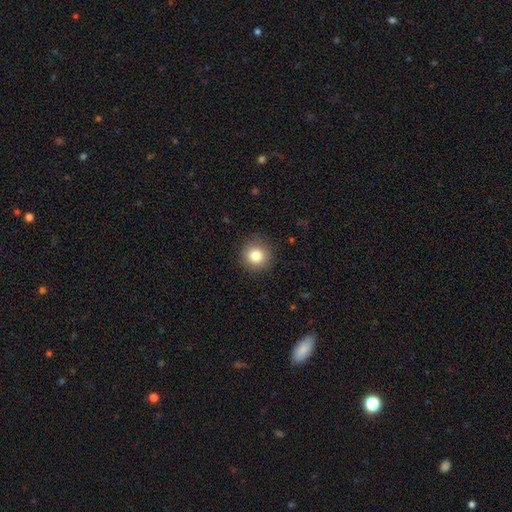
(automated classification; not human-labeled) The model was most divided on "smooth or featured": smooth: 83%, star or artifact: 10%, featured or disk: 7%. More confident: how rounded — round (93%); merging — none (89%).